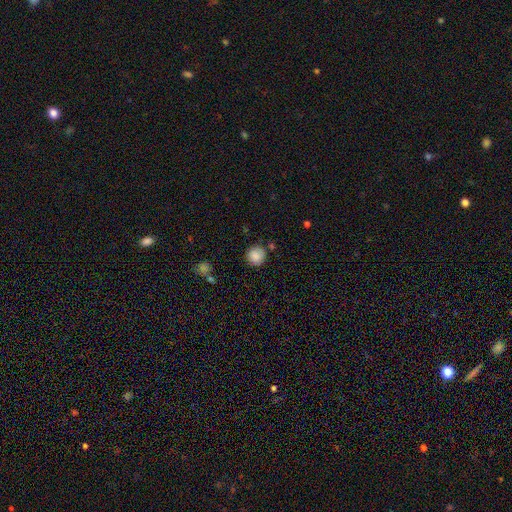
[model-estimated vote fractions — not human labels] Smooth or featured? Predicted: smooth (p=0.85). How rounded? Predicted: round (p=0.90). Merging? Predicted: none (p=0.79).